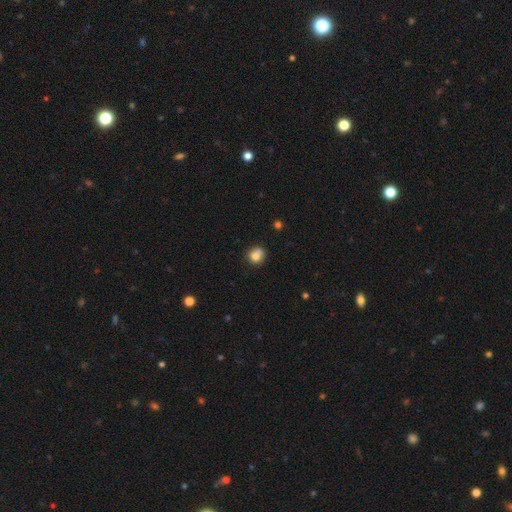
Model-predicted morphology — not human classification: A smooth galaxy with no disk features (79%) that is round (86%). Merging: none (62%).